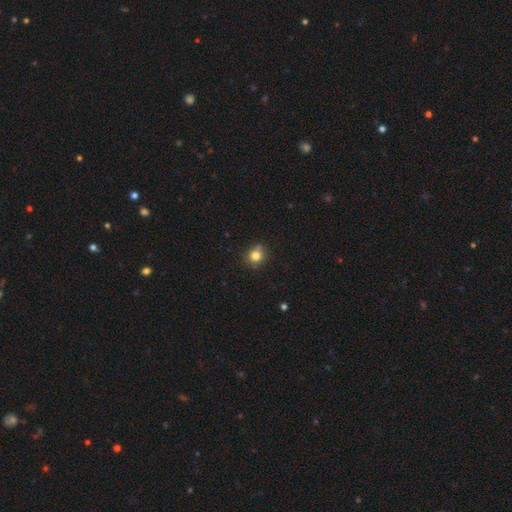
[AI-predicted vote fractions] A smooth galaxy with no disk features (80%) that is round (83%).

Vote fractions:
- Smooth or featured? smooth: 80% / star or artifact: 12% / featured or disk: 8%
- How rounded? round: 83% / in between: 16% / cigar-shaped: 1%
- Merging? none: 71% / minor disturbance: 16% / merger: 9% / major disturbance: 4%